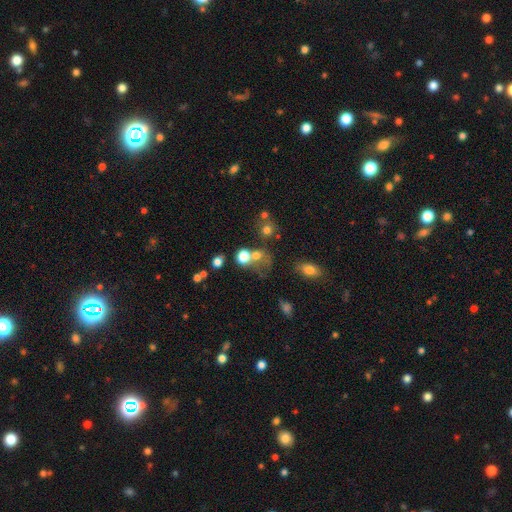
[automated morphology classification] smooth_or_featured: smooth (p=0.68) [alt: star or artifact p=0.18]
how_rounded: round (p=0.73) [alt: in between p=0.26]
merging: none (p=0.39) [alt: merger p=0.37]